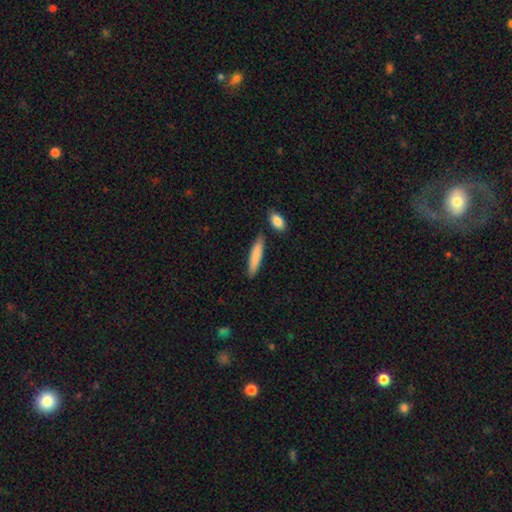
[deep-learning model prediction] This is clearly a smooth galaxy (83%). How rounded: clearly cigar-shaped (84%). Merging: clearly none (82%).